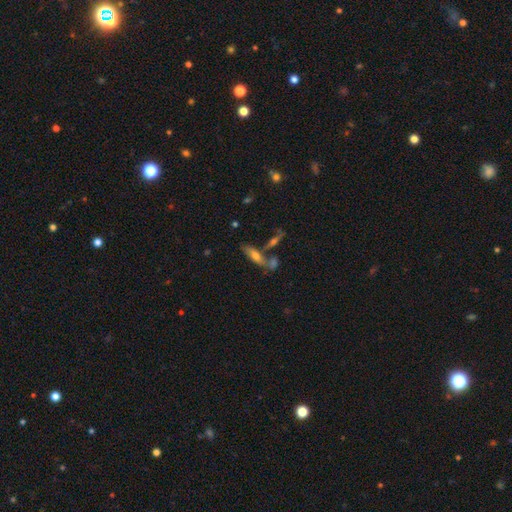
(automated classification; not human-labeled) Q: Smooth or featured?
A: smooth (54%); runner-up: featured or disk (37%)
Q: How rounded?
A: cigar-shaped (49%); runner-up: in between (48%)
Q: Merging?
A: none (51%); runner-up: merger (32%)